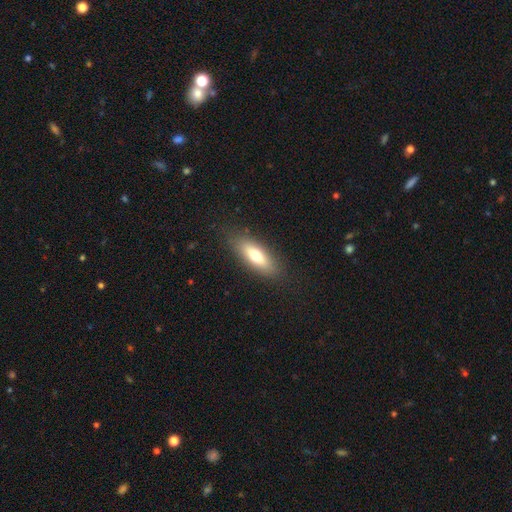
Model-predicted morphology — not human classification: A smooth galaxy with no disk features (66%) that is in between round and cigar-shaped (61%).

Vote fractions:
- Smooth or featured? smooth: 66% / featured or disk: 27% / star or artifact: 7%
- How rounded? in between: 61% / cigar-shaped: 36% / round: 3%
- Merging? none: 85% / minor disturbance: 11% / major disturbance: 3% / merger: 1%